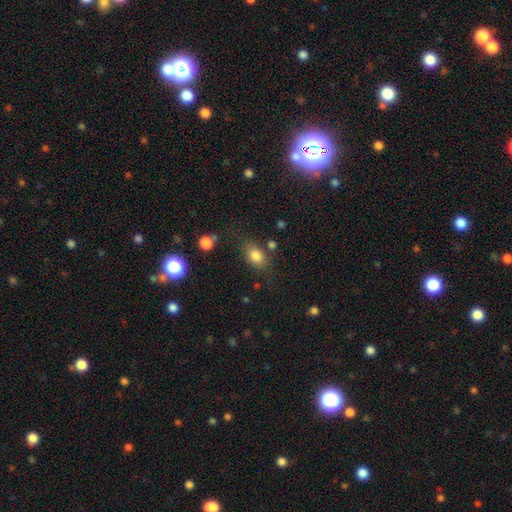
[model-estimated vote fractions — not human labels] Smooth or featured? smooth (81%)
How rounded? in between (73%)
Merging? none (70%)